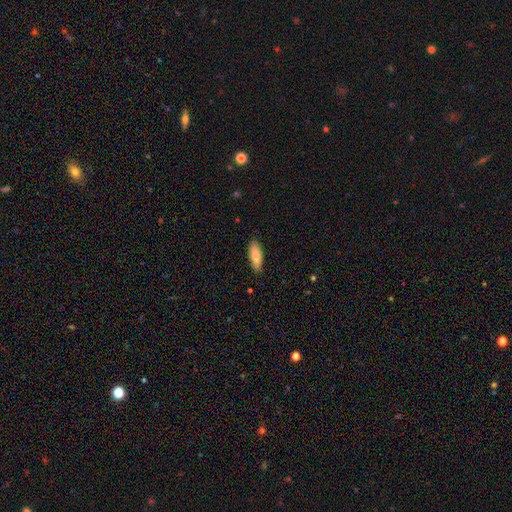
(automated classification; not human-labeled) Overall: smooth (80%). How rounded: in between (55%; cigar-shaped 44%). Merging: none (88%).